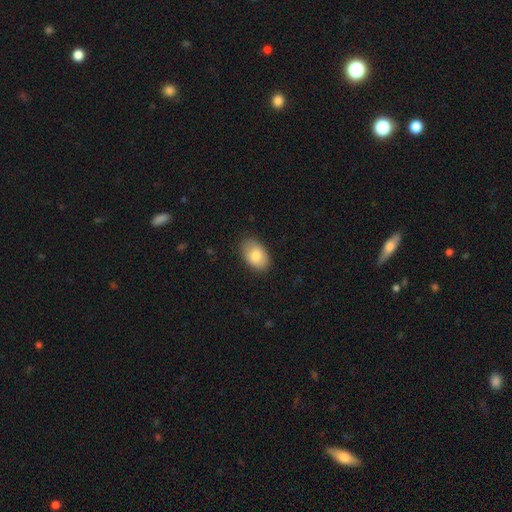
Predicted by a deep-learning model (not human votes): Smooth or featured? Predicted: smooth (p=0.82). How rounded? Predicted: in between (p=0.89). Merging? Predicted: none (p=0.83).